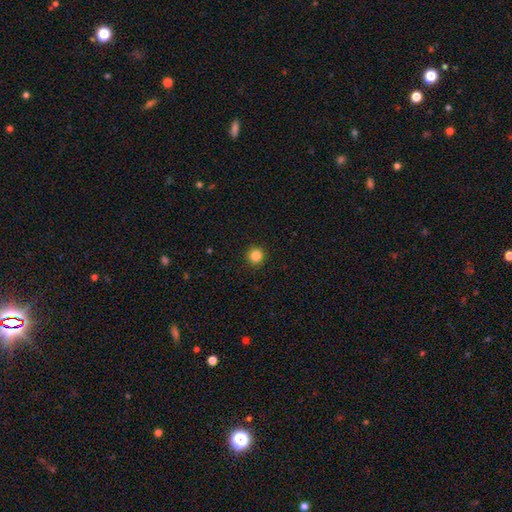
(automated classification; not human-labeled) smooth_or_featured: smooth (p=0.84) [alt: star or artifact p=0.12]
how_rounded: round (p=0.95) [alt: in between p=0.04]
merging: none (p=0.93) [alt: minor disturbance p=0.04]